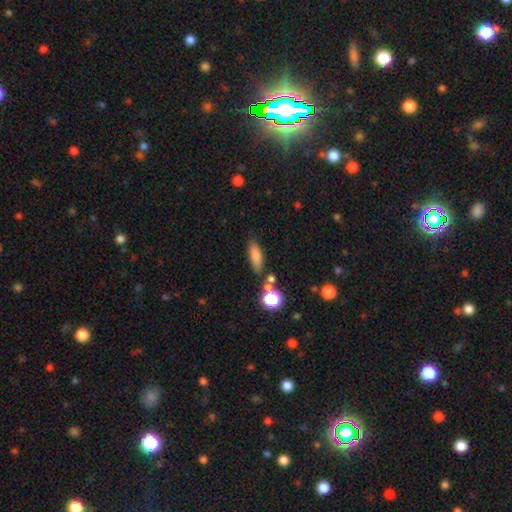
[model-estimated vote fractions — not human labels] This appears to be a smooth galaxy with no disk features (79%) that is in between round and cigar-shaped (55%). Merging: none (72%).